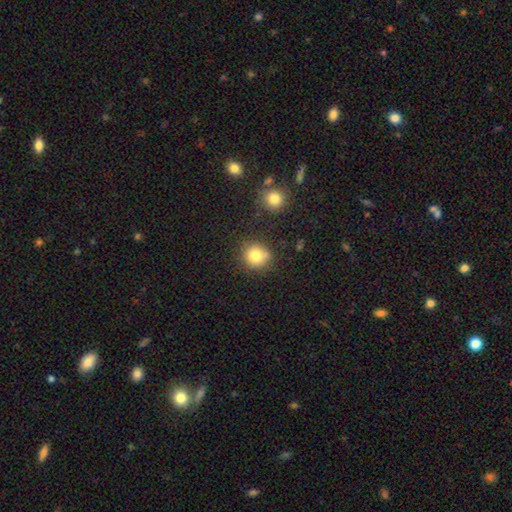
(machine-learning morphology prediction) This appears to be a smooth galaxy with no disk features (81%) that is round (86%). Merging: none (75%).